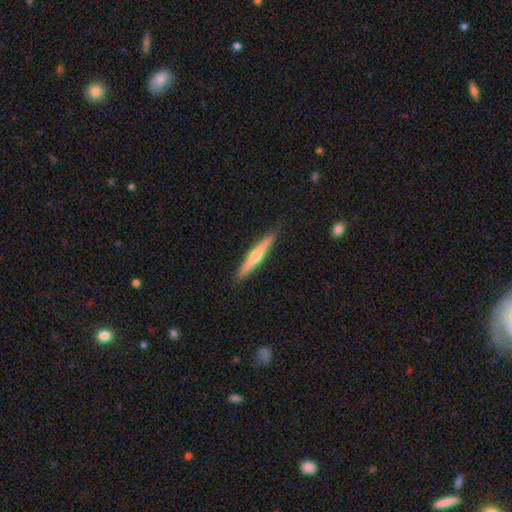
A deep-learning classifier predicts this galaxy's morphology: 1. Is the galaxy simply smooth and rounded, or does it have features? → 56% featured or disk, 38% smooth, 5% star or artifact.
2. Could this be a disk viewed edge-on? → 97% yes, 3% no.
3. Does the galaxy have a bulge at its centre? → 86% rounded, 11% none, 3% boxy.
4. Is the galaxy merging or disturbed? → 90% none, 8% minor disturbance, 1% major disturbance, 1% merger.